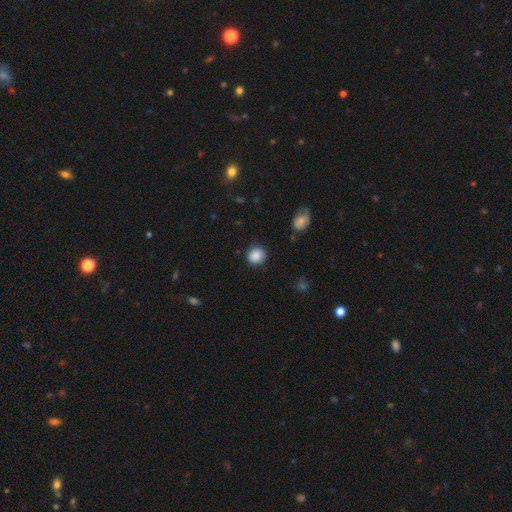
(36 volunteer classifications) Morphology: type=smooth (97%); roundness=round (83%); merging=none (80%).